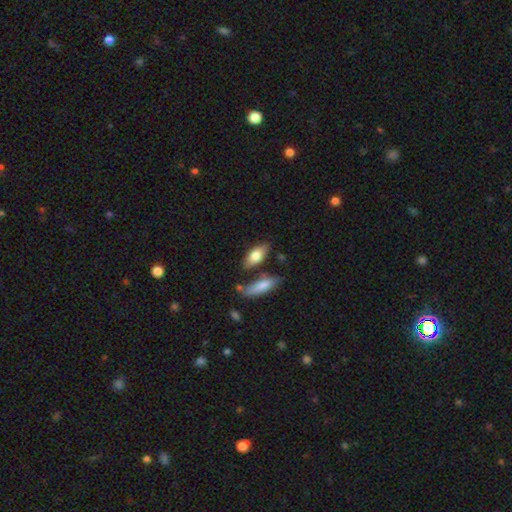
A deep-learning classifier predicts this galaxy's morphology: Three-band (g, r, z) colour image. It shows a smooth galaxy with no disk features (77%) that is in between round and cigar-shaped (82%). Merging: none (70%).